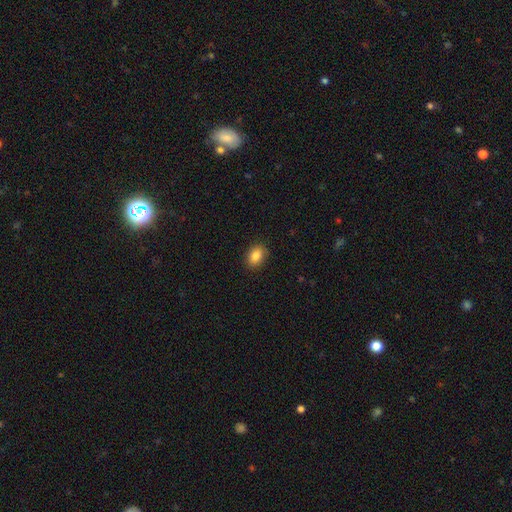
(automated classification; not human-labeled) Smooth or featured? smooth (85%)
How rounded? in between (75%)
Merging? none (89%)